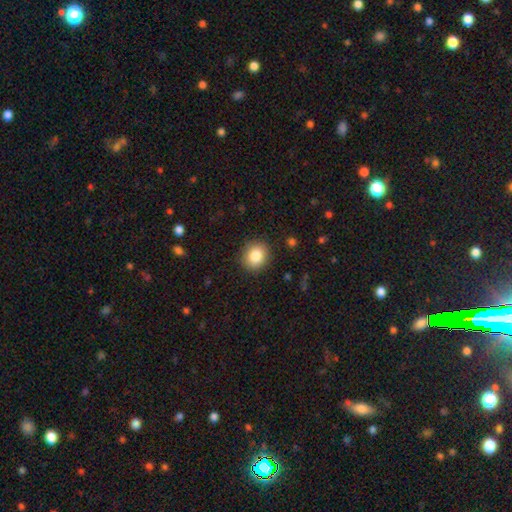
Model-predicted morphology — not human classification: Q: Smooth or featured?
A: smooth (84%); runner-up: star or artifact (9%)
Q: How rounded?
A: round (77%); runner-up: in between (22%)
Q: Merging?
A: none (89%); runner-up: minor disturbance (8%)